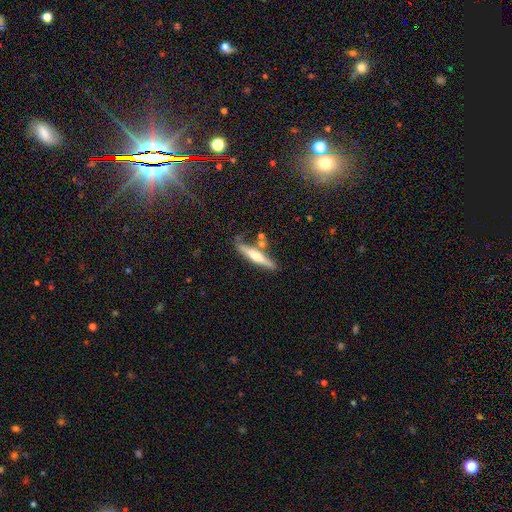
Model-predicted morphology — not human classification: Smooth or featured: featured or disk — 54% (smooth — 41%)
Edge-on disk: yes — 94% (no — 6%)
Edge-on bulge: rounded — 81% (none — 11%)
Merging: none — 70% (minor disturbance — 16%)